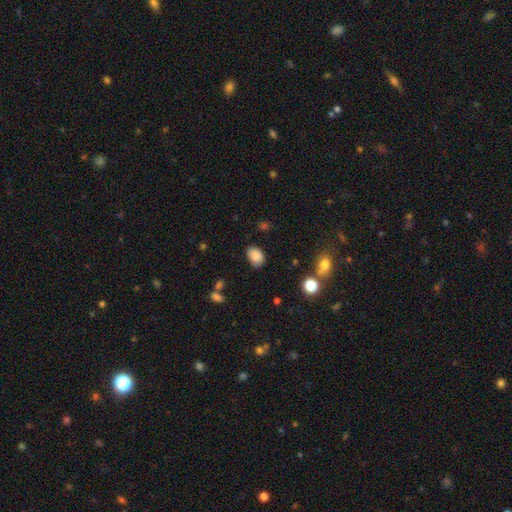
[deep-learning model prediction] Smooth or featured? Predicted: smooth (p=0.86). How rounded? Predicted: in between (p=0.81). Merging? Predicted: none (p=0.75).